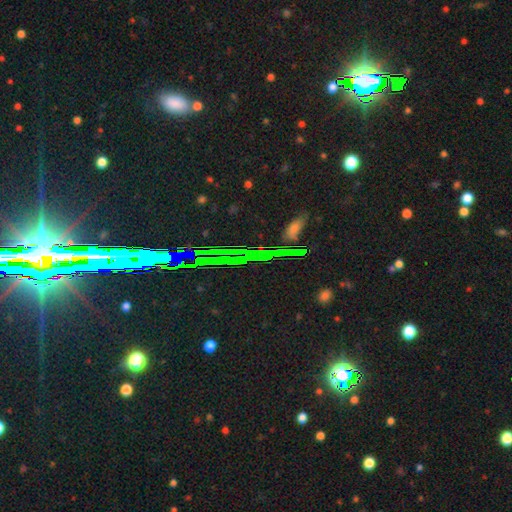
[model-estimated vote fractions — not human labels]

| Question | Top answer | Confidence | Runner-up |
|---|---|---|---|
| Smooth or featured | star or artifact | 78% | featured or disk (12%) |